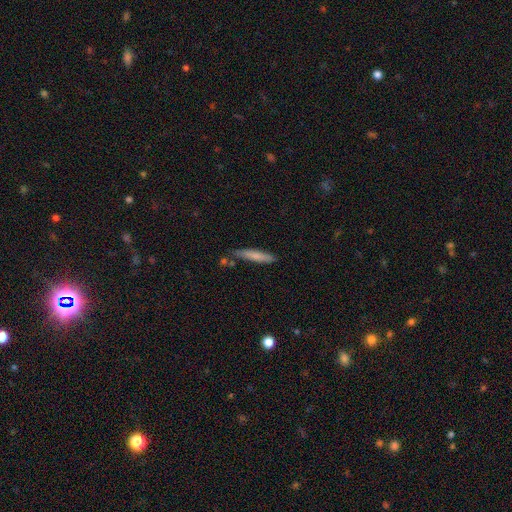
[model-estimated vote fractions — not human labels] Overall: smooth (73%). How rounded: cigar-shaped (90%). Merging: none (76%).